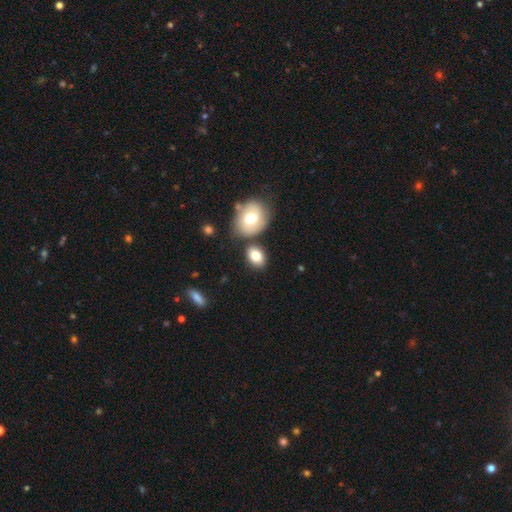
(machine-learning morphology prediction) Smooth or featured? smooth (80%)
How rounded? in between (77%)
Merging? none (68%)